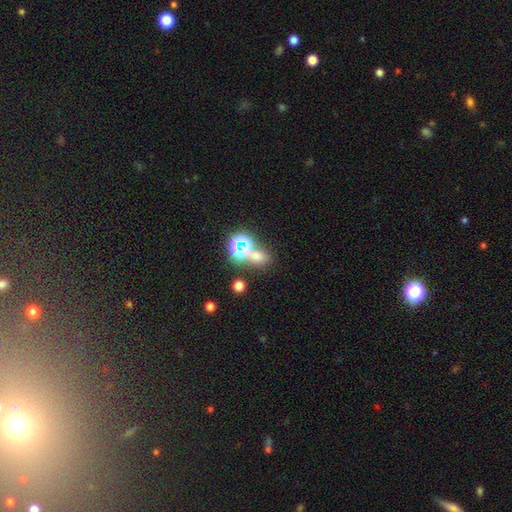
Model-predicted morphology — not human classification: The model was most divided on "smooth or featured": smooth: 52%, star or artifact: 40%, featured or disk: 9%. More confident: merging — none (62%); how rounded — round (59%).